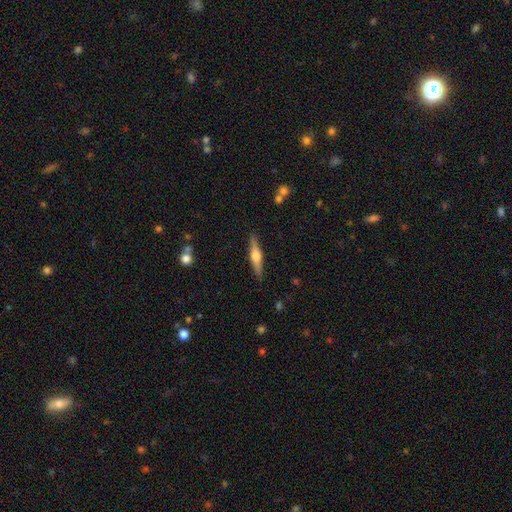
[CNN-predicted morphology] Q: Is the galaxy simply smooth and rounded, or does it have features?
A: featured or disk — 62%.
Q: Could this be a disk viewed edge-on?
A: yes — 97%.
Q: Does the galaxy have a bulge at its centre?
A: rounded — 89%.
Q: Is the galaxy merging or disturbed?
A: none — 89%.